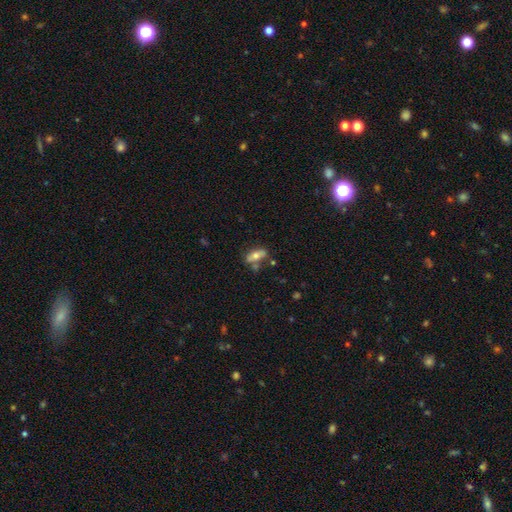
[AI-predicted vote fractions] Overall: smooth (62%; featured or disk 30%). How rounded: in between (78%). Merging: none (59%).